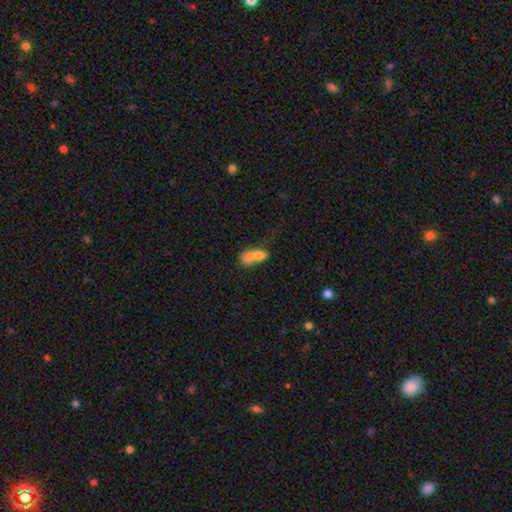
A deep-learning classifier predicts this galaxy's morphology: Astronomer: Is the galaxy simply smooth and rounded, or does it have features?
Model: smooth — 69%.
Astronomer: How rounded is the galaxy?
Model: in between — 68%.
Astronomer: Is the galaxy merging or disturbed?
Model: merger — 72%.